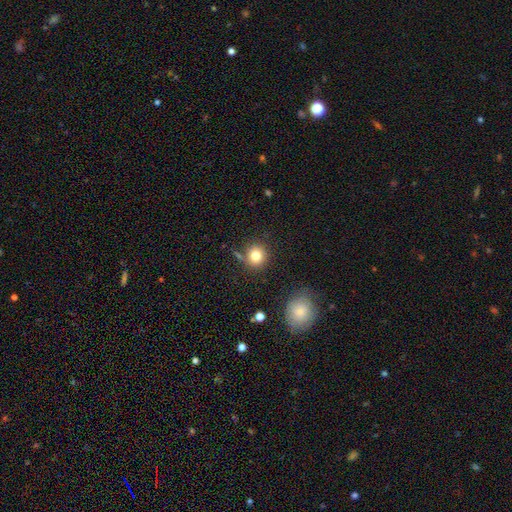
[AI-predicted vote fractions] Smooth or featured? Predicted: smooth (p=0.80). How rounded? Predicted: round (p=0.89). Merging? Predicted: none (p=0.76).